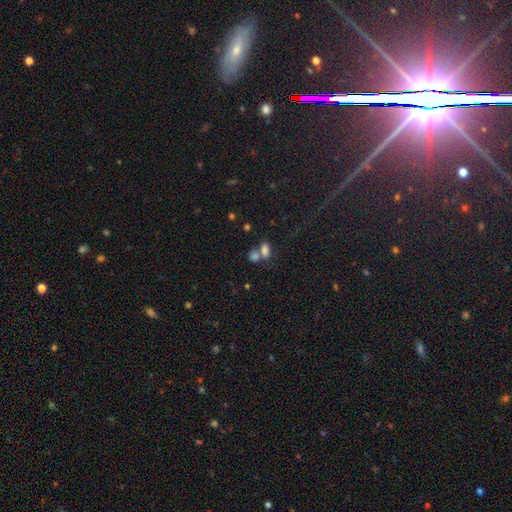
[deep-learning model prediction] smooth_or_featured: smooth (p=0.65) [alt: star or artifact p=0.23]
how_rounded: in between (p=0.71) [alt: round p=0.25]
merging: merger (p=0.49) [alt: none p=0.38]